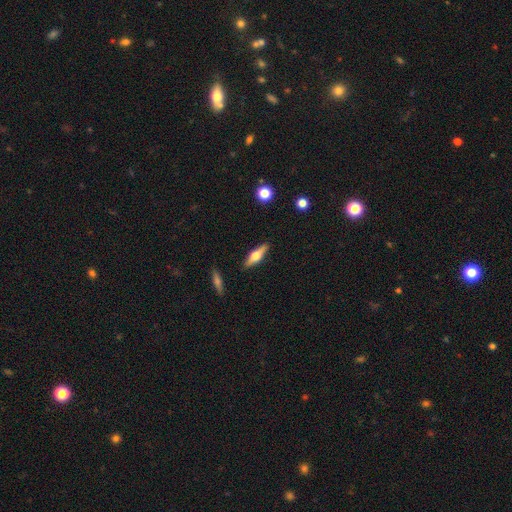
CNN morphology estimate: A featured or disk galaxy (58%) viewed edge-on (95%) with a rounded central bulge (94%).

Vote fractions:
- Smooth or featured? featured or disk: 58% / smooth: 36% / star or artifact: 6%
- Edge-on disk? yes: 95% / no: 5%
- Edge-on bulge? rounded: 94% / boxy: 4% / none: 2%
- Merging? none: 88% / minor disturbance: 8% / major disturbance: 2% / merger: 2%